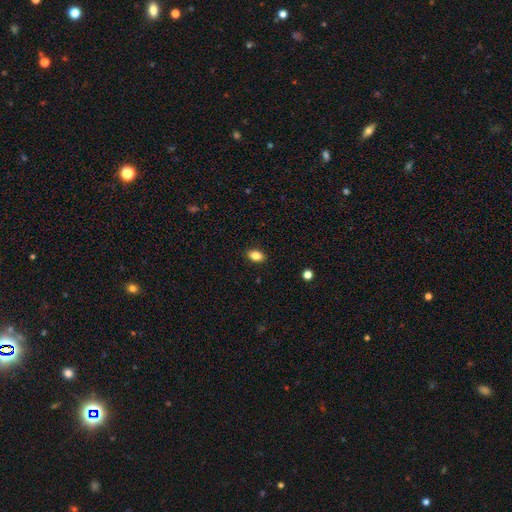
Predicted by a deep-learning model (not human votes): Q: Smooth or featured?
A: smooth (85%); runner-up: star or artifact (9%)
Q: How rounded?
A: in between (84%); runner-up: round (14%)
Q: Merging?
A: none (89%); runner-up: minor disturbance (8%)